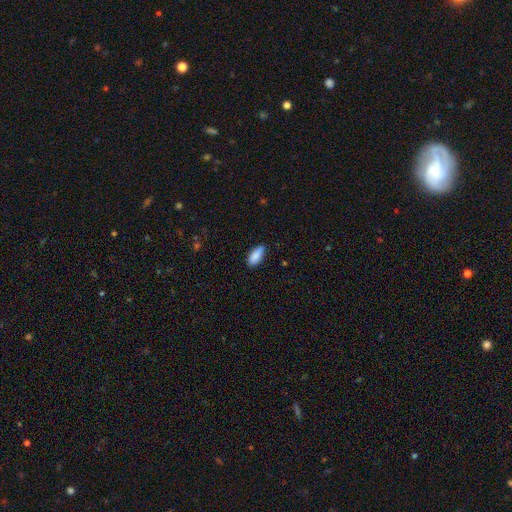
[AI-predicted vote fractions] Smooth or featured: smooth — 88% (star or artifact — 6%)
How rounded: in between — 83% (cigar-shaped — 15%)
Merging: none — 83% (minor disturbance — 14%)